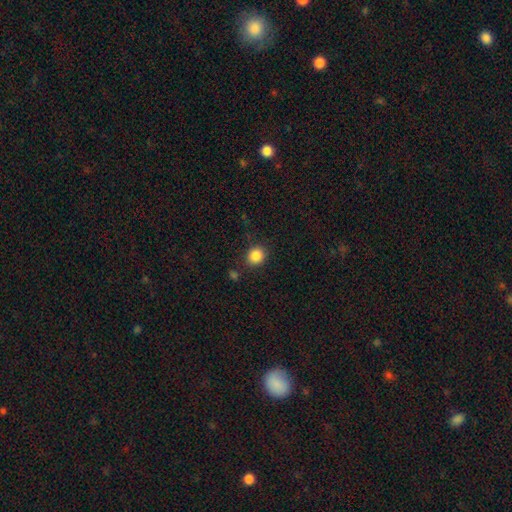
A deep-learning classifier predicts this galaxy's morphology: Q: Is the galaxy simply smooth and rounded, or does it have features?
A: smooth — 86%.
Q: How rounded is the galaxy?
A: round — 79%.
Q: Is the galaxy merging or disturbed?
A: none — 84%.